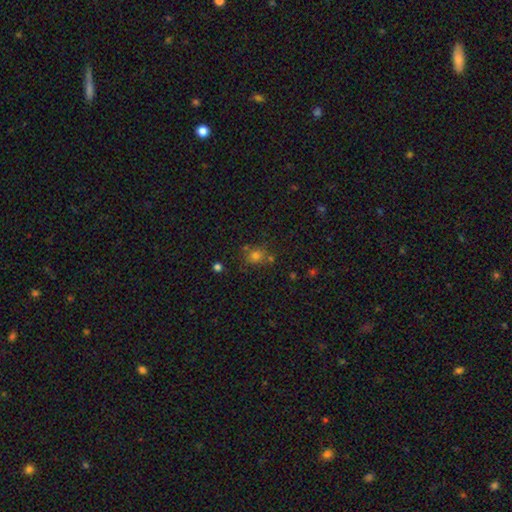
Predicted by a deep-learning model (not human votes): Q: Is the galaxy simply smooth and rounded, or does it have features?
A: smooth — 72%.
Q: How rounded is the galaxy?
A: round — 76%.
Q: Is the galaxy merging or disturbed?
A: none — 68%.